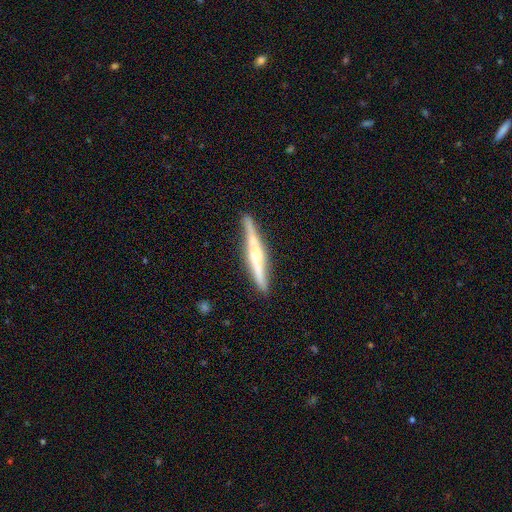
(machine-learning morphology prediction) This is likely a featured or disk galaxy (70%). It is clearly viewed edge-on (97%). Edge-on bulge: likely rounded (75%). Merging: clearly none (87%).